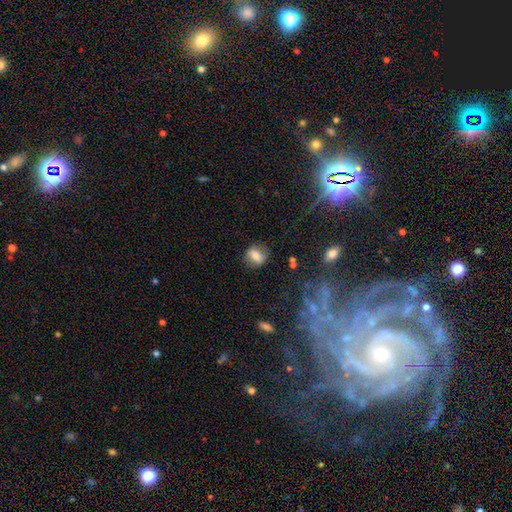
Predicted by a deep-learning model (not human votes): Morphology: type=smooth (69%); roundness=round (56%); merging=none (81%).